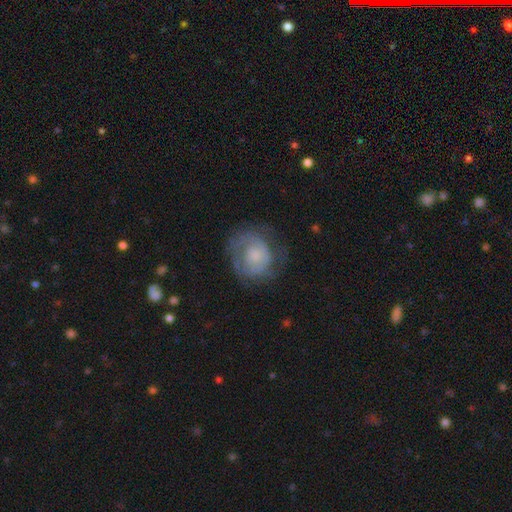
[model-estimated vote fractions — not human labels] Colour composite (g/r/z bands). It shows a featured or disk galaxy (55%) with no bar (81%), spiral arms (66%) and a small central bulge (41%). Merging: none (60%).